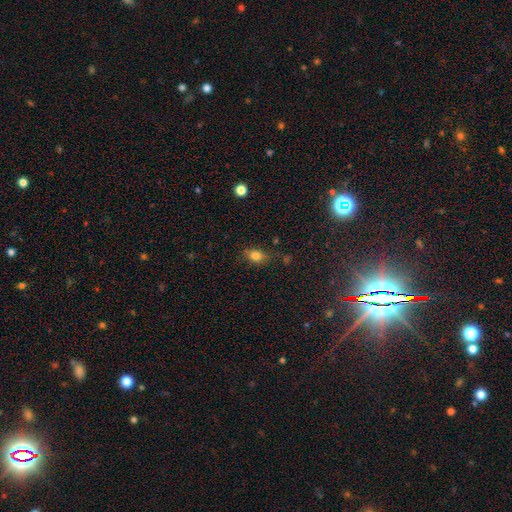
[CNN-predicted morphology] The model was most divided on "how rounded": in between: 71%, round: 26%, cigar-shaped: 4%. More confident: smooth or featured — smooth (79%); merging — none (73%).